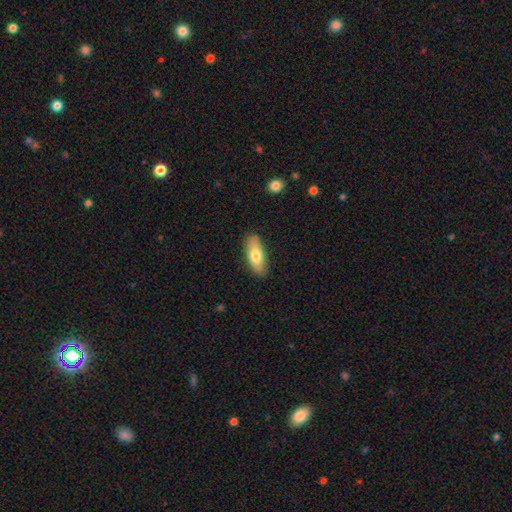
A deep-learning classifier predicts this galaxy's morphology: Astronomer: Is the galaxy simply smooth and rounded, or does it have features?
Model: smooth — 73%.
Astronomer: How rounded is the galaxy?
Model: in between — 69%.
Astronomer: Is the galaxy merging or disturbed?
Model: none — 86%.